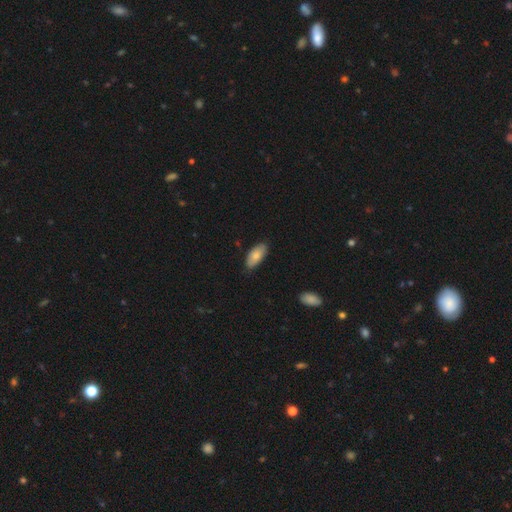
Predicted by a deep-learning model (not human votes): A smooth galaxy with no disk features (78%) that is in between round and cigar-shaped (91%). Merging: none (80%).